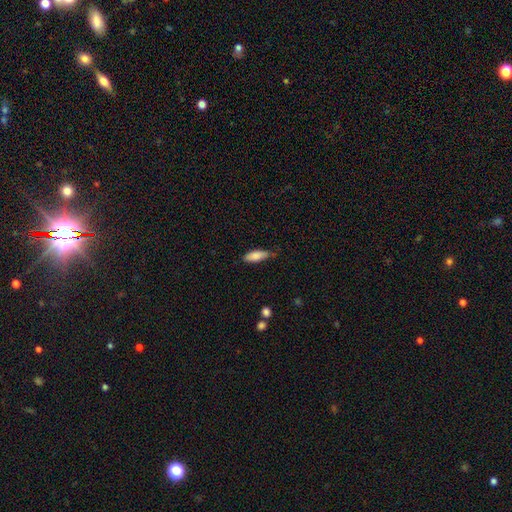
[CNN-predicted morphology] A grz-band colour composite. It shows a smooth galaxy with no disk features (84%) that is in between round and cigar-shaped (64%). Merging: none (62%).